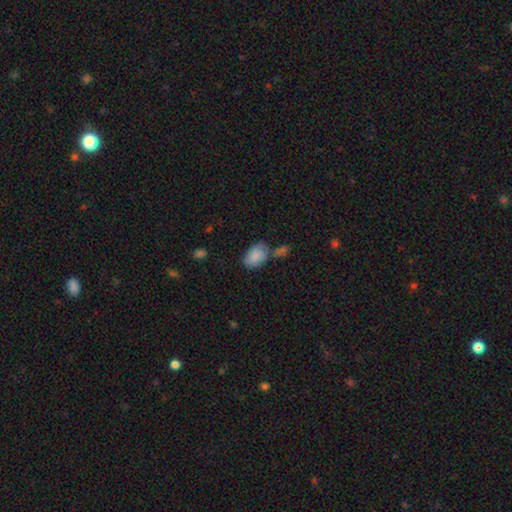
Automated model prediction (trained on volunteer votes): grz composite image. It shows a smooth galaxy with no disk features (85%) that is in between round and cigar-shaped (87%). Merging: none (51%).